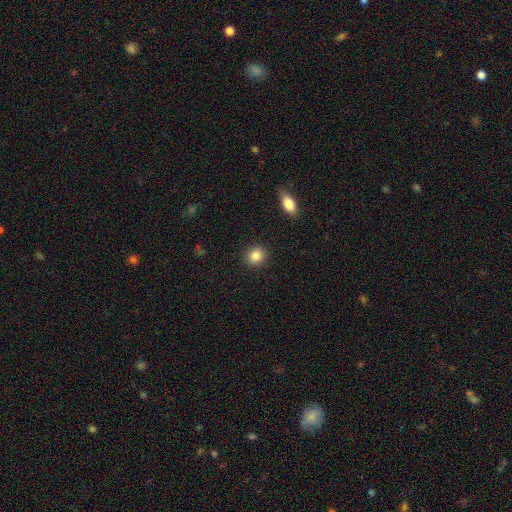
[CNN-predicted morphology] A smooth galaxy with no disk features (86%) that is round (85%). Merging: none (91%).